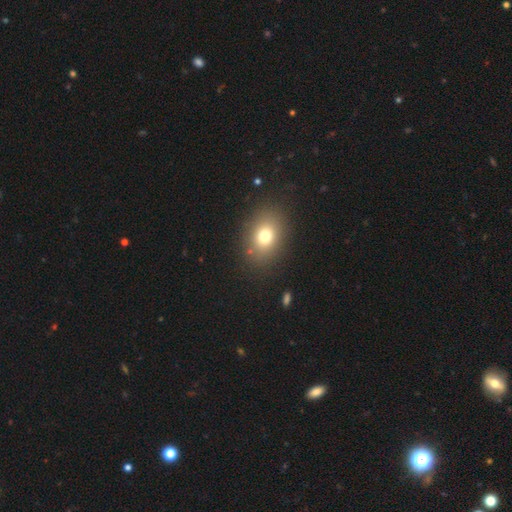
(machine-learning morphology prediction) This appears to be a smooth galaxy with no disk features (72%) that is in between round and cigar-shaped (62%). Merging: none (90%).